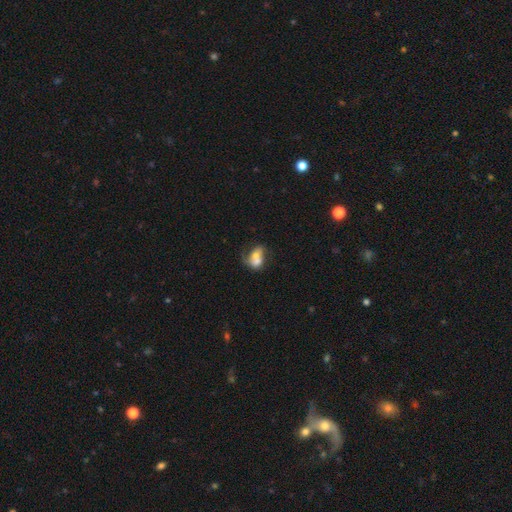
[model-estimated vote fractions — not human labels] This is possibly a smooth galaxy (57%). How rounded: likely in between (71%). Merging: likely merger (61%).